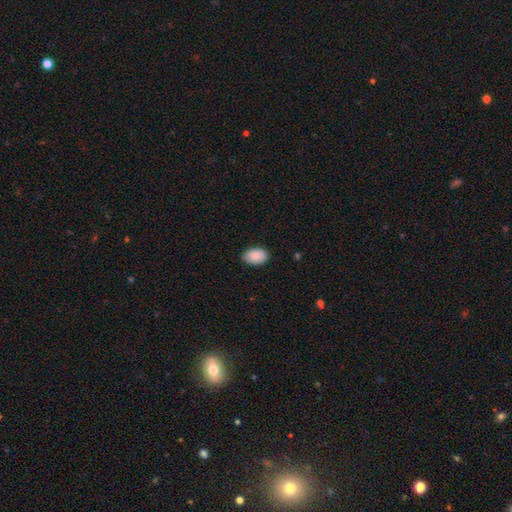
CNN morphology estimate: Overall: smooth (89%). How rounded: in between (89%). Merging: none (87%).